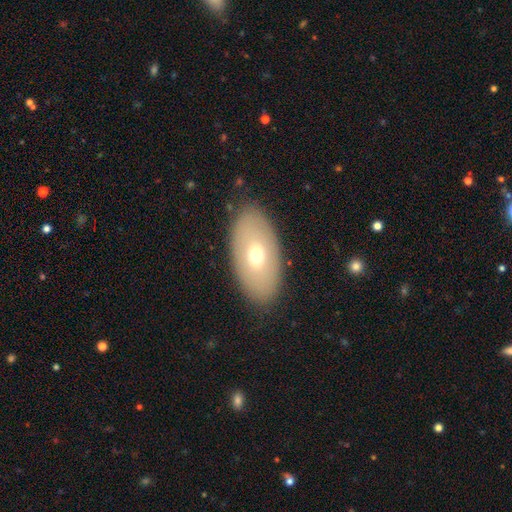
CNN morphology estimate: This is possibly a smooth galaxy (58%). How rounded: clearly in between (93%). Merging: clearly none (86%).